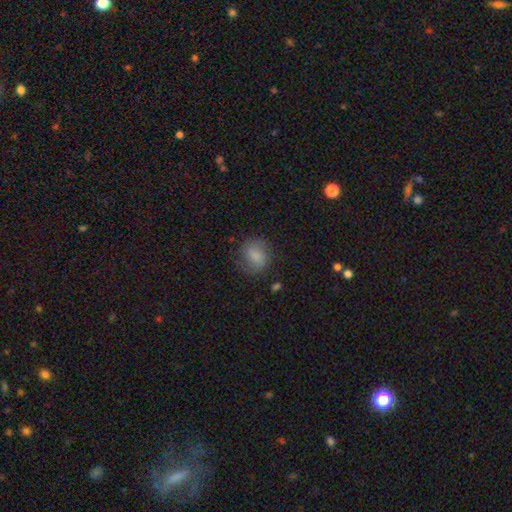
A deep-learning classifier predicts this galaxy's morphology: Overall: smooth (74%). How rounded: round (62%; in between 37%). Merging: none (72%).